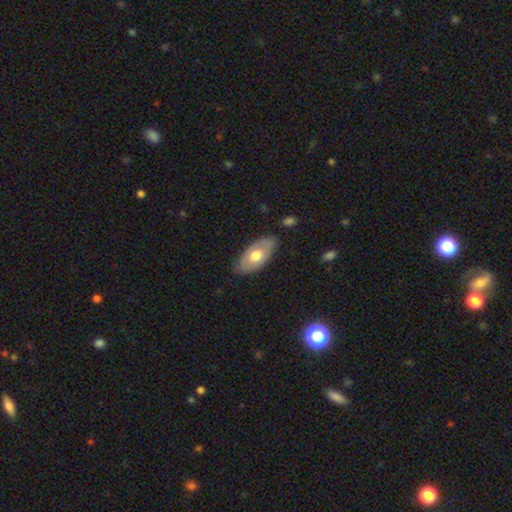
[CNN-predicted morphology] A smooth galaxy with no disk features (55%) that is in between round and cigar-shaped (92%).

Vote fractions:
- Smooth or featured? smooth: 55% / featured or disk: 40% / star or artifact: 5%
- How rounded? in between: 92% / cigar-shaped: 5% / round: 4%
- Merging? none: 80% / minor disturbance: 15% / major disturbance: 3% / merger: 1%